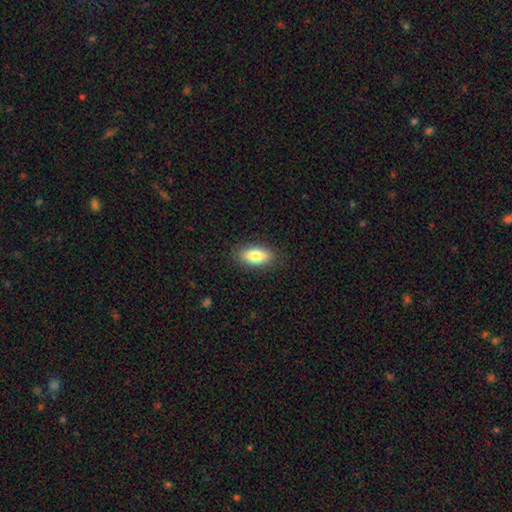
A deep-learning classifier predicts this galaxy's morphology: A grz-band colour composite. It shows a smooth galaxy with no disk features (81%) that is in between round and cigar-shaped (85%). Merging: none (87%).